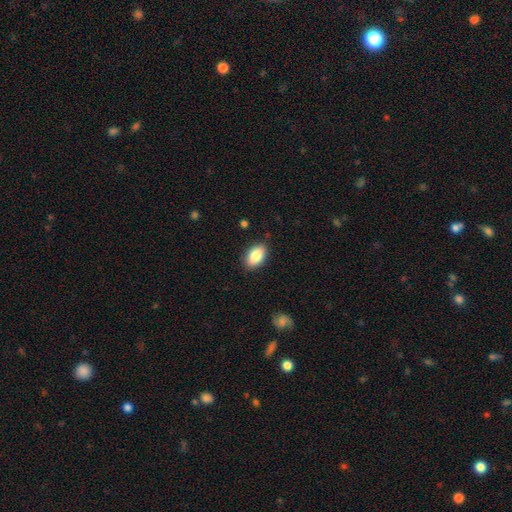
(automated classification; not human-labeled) Overall: smooth (86%). How rounded: in between (91%). Merging: none (87%).